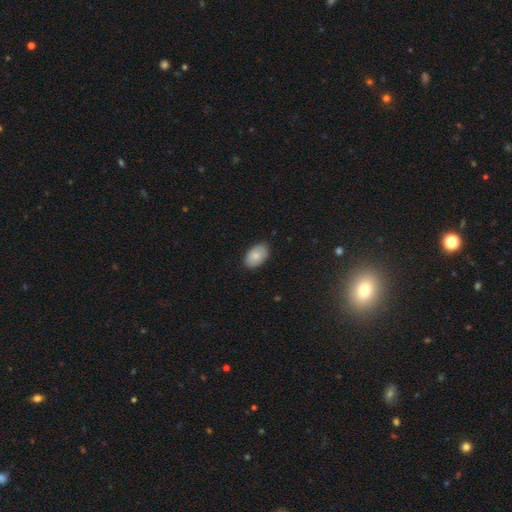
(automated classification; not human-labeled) Smooth or featured? Predicted: smooth (p=0.83). How rounded? Predicted: in between (p=0.93). Merging? Predicted: none (p=0.86).